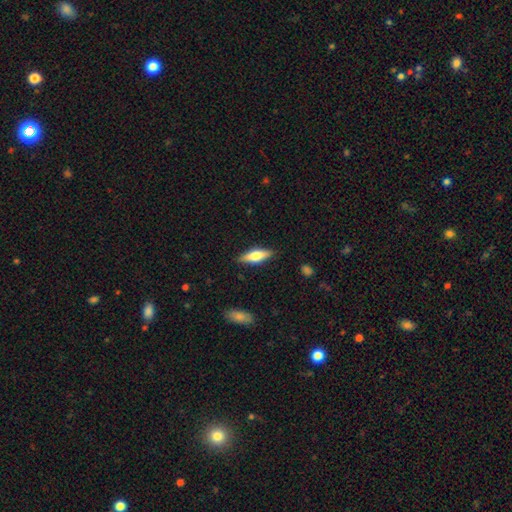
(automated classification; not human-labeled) A smooth galaxy with no disk features (58%) that is in between round and cigar-shaped (52%). Merging: none (87%).